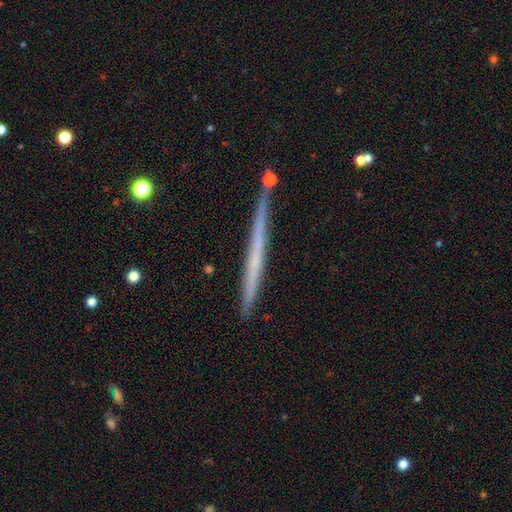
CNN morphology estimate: A featured or disk galaxy (56%) viewed edge-on (98%) with no central bulge (90%). Merging: none (88%).